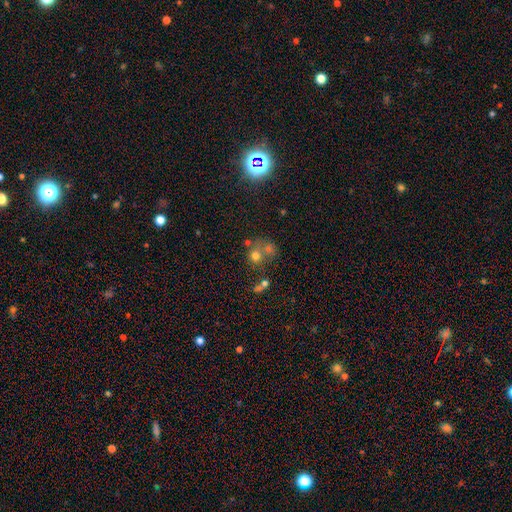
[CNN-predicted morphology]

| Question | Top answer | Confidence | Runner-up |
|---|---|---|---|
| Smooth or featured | smooth | 65% | star or artifact (18%) |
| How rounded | round | 82% | in between (17%) |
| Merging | merger | 45% | none (41%) |